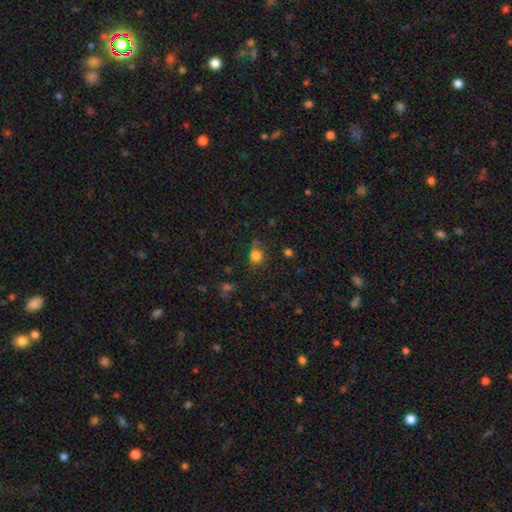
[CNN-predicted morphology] A smooth galaxy with no disk features (80%) that is round (75%). Merging: none (60%).